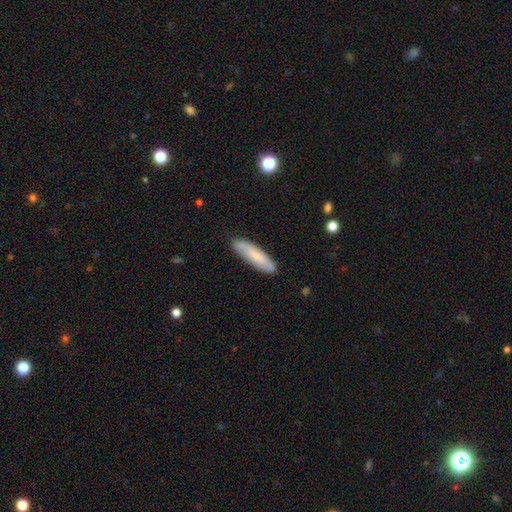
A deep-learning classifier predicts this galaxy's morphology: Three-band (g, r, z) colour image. It shows a smooth galaxy with no disk features (71%) that is cigar-shaped (70%). Merging: none (85%).